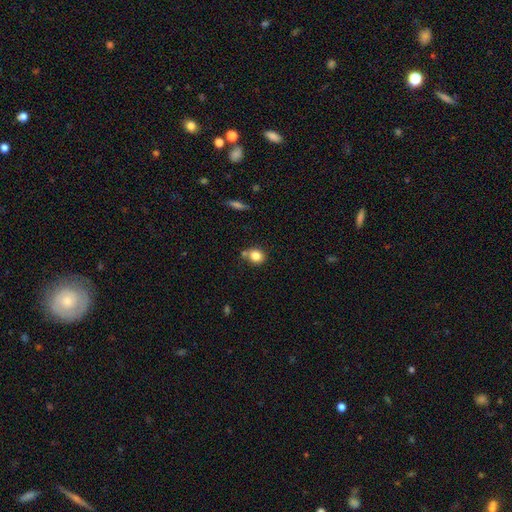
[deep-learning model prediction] Q: Smooth or featured?
A: smooth (82%); runner-up: star or artifact (10%)
Q: How rounded?
A: round (74%); runner-up: in between (25%)
Q: Merging?
A: none (63%); runner-up: merger (17%)